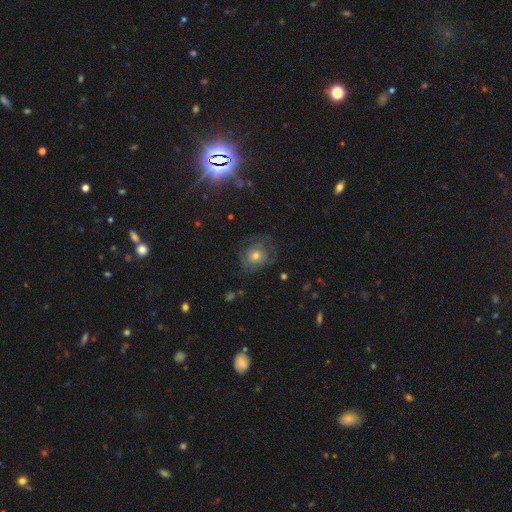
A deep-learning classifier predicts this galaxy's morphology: Smooth or featured? featured or disk (55%)
Edge-on disk? no (96%)
Bar? no (84%)
Spiral arms? yes (73%)
Bulge size? moderate (60%)
Merging? none (66%)